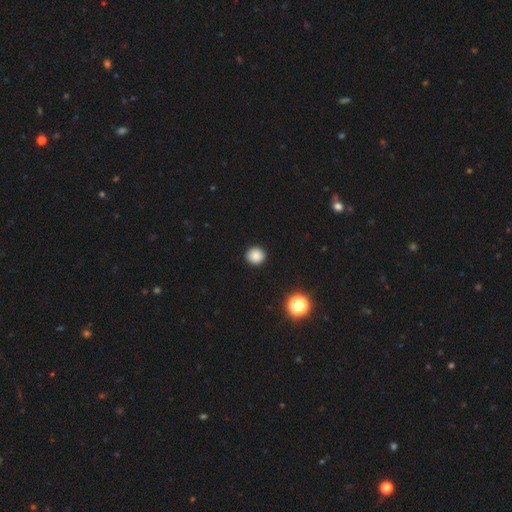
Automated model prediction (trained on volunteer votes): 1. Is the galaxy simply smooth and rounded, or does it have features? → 85% smooth, 12% star or artifact, 3% featured or disk.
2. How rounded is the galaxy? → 92% round, 7% in between, 1% cigar-shaped.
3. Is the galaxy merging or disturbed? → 92% none, 5% minor disturbance, 2% major disturbance, 1% merger.